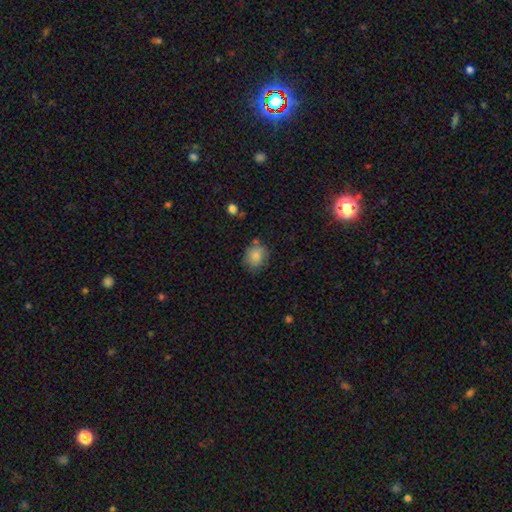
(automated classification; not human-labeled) Q: Smooth or featured?
A: smooth (82%); runner-up: featured or disk (9%)
Q: How rounded?
A: round (71%); runner-up: in between (28%)
Q: Merging?
A: none (73%); runner-up: minor disturbance (18%)